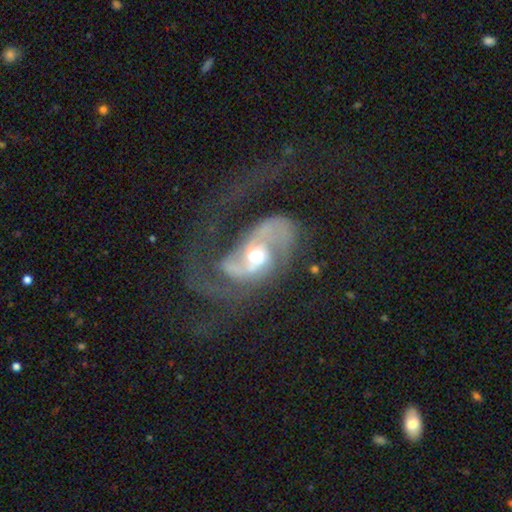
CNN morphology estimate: A featured or disk galaxy (86%) with no bar (49%), 2 (58%) medium (44%) spiral arms (93%) and a moderate central bulge (67%).

Vote fractions:
- Smooth or featured? featured or disk: 86% / smooth: 8% / star or artifact: 6%
- Edge-on disk? no: 97% / yes: 3%
- Bar? no: 49% / weak: 37% / strong: 13%
- Spiral arms? yes: 93% / no: 7%
- Spiral winding? medium: 44% / loose: 37% / tight: 19%
- Spiral arm count? 2: 58% / 1: 15% / can't tell: 12% / 3: 9% / 4: 3% / more than 4: 3%
- Bulge size? moderate: 67% / small: 22% / large: 9% / dominant: 1% / none: 1%
- Merging? major disturbance: 47% / none: 32% / minor disturbance: 15% / merger: 5%